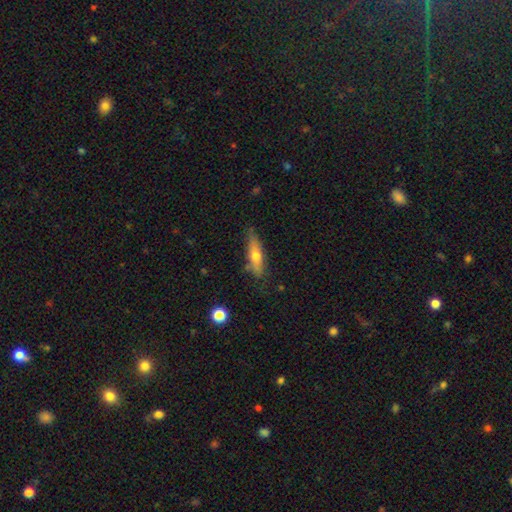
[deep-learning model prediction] This is possibly a smooth galaxy (52%). How rounded: likely cigar-shaped (66%). Merging: likely none (73%).